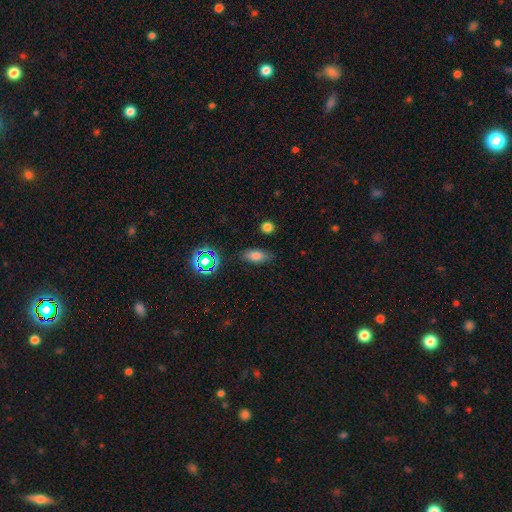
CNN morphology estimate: Smooth or featured? smooth (74%)
How rounded? in between (79%)
Merging? none (82%)